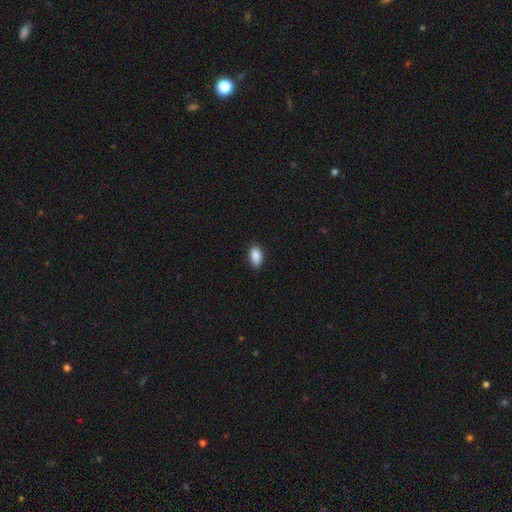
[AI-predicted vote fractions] Q: Smooth or featured?
A: smooth (90%); runner-up: star or artifact (7%)
Q: How rounded?
A: in between (92%); runner-up: round (6%)
Q: Merging?
A: none (86%); runner-up: minor disturbance (11%)